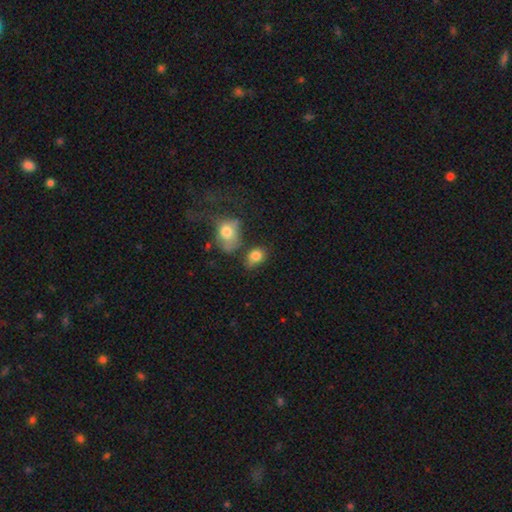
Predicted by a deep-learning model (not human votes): This is clearly a smooth galaxy (80%). How rounded: likely in between (62%). Merging: marginally none (44%).